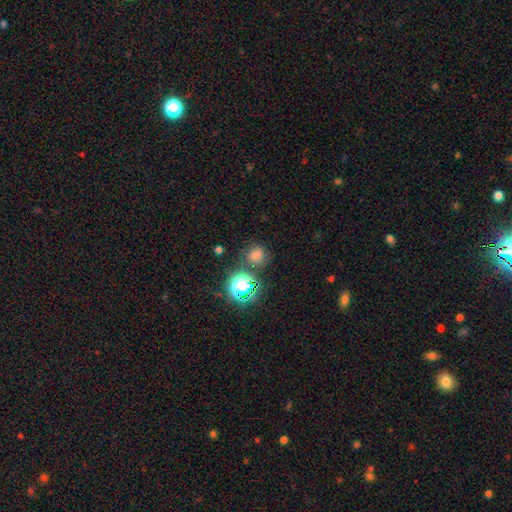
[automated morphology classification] type=smooth (60%); roundness=round (82%); merging=none (73%).